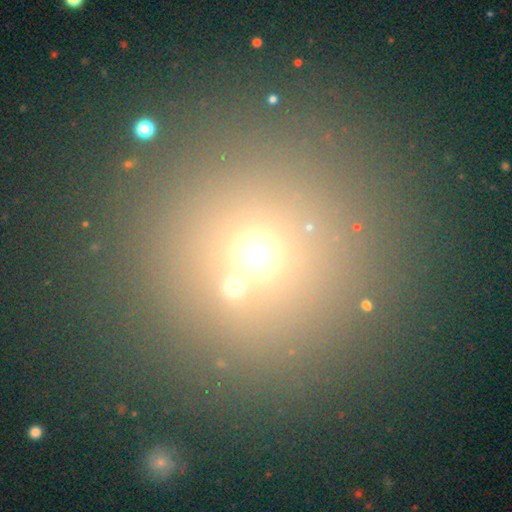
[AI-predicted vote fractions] smooth-or-featured: smooth: 59% | star or artifact: 31% | featured or disk: 10%
  how-rounded: round: 84% | in between: 15% | cigar-shaped: 2%
  merging: none: 68% | merger: 16% | minor disturbance: 10% | major disturbance: 6%